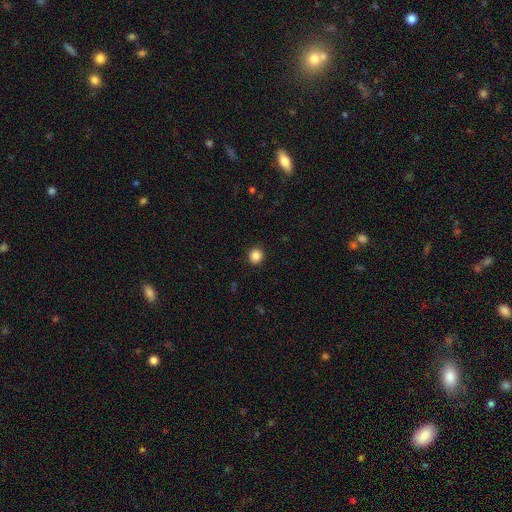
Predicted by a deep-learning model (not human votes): A smooth galaxy with no disk features (86%) that is round (90%). Merging: none (92%).